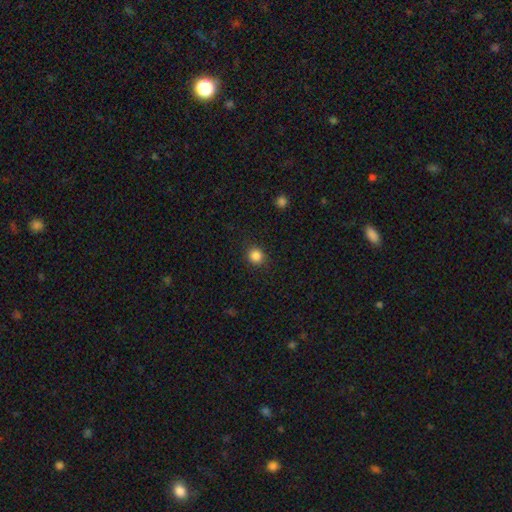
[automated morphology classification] The model was most divided on "smooth or featured": smooth: 86%, star or artifact: 11%, featured or disk: 3%. More confident: merging — none (90%); how rounded — round (89%).